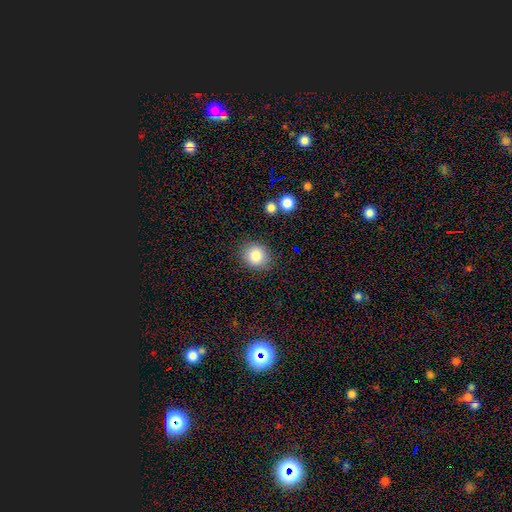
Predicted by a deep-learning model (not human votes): This is clearly a smooth galaxy (85%). How rounded: likely round (72%). Merging: clearly none (85%).